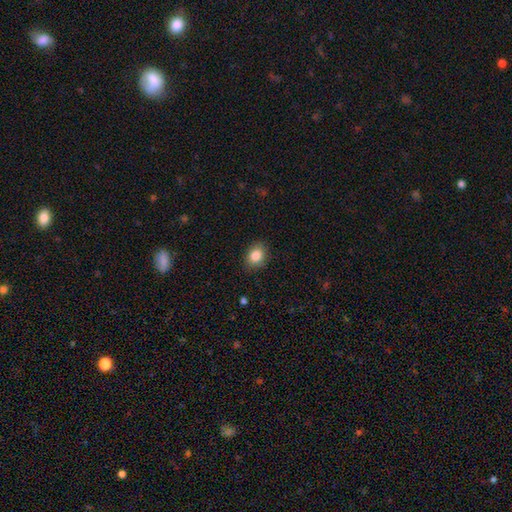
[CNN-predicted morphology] A smooth galaxy with no disk features (85%) that is in between round and cigar-shaped (53%).

Vote fractions:
- Smooth or featured? smooth: 85% / star or artifact: 9% / featured or disk: 6%
- How rounded? in between: 53% / round: 46% / cigar-shaped: 1%
- Merging? none: 85% / minor disturbance: 12% / major disturbance: 3% / merger: 1%